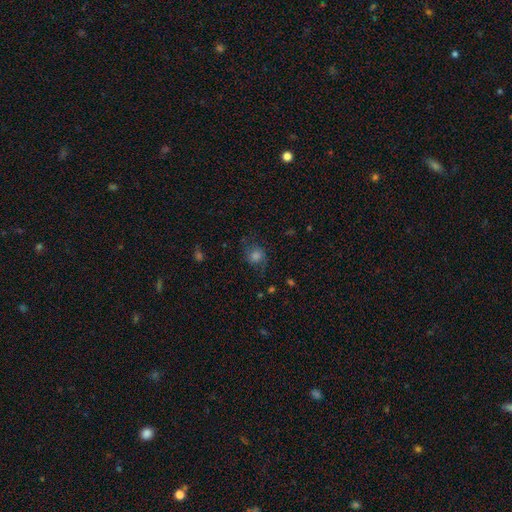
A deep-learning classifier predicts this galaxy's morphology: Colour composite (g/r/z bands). It shows a smooth galaxy with no disk features (48%). Merging: none (66%).